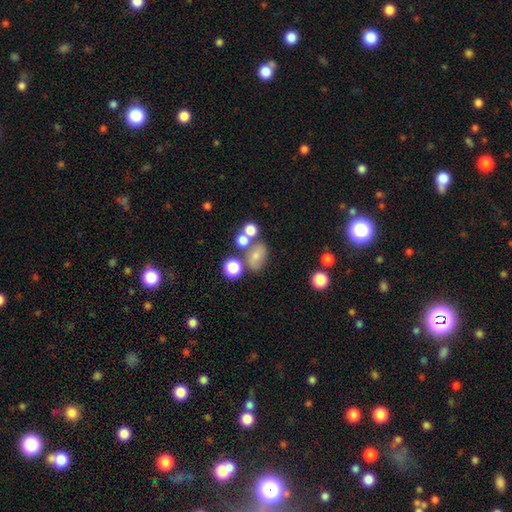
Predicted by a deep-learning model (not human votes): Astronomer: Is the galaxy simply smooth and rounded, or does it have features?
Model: smooth — 65%.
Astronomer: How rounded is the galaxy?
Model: in between — 63%.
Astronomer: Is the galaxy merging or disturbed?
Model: none — 48% (runner-up: merger, 27%).